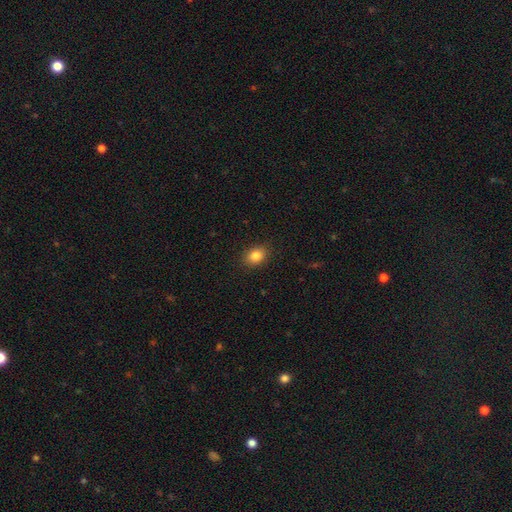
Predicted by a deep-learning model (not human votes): A smooth galaxy with no disk features (85%) that is in between round and cigar-shaped (63%).

Vote fractions:
- Smooth or featured? smooth: 85% / star or artifact: 10% / featured or disk: 6%
- How rounded? in between: 63% / round: 36% / cigar-shaped: 1%
- Merging? none: 89% / minor disturbance: 8% / major disturbance: 2% / merger: 1%